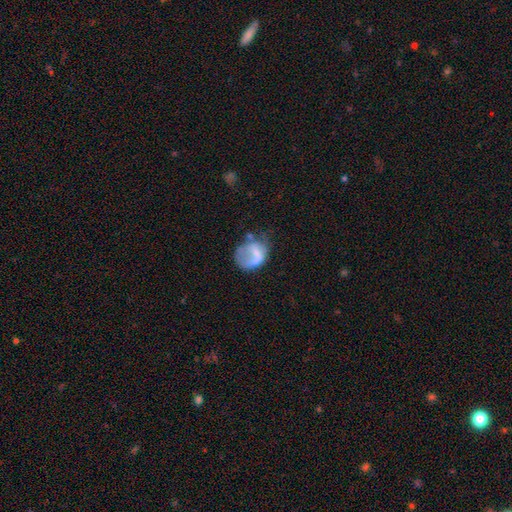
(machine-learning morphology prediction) Smooth or featured? Predicted: smooth (p=0.55). How rounded? Predicted: round (p=0.52). Merging? Predicted: major disturbance (p=0.39).